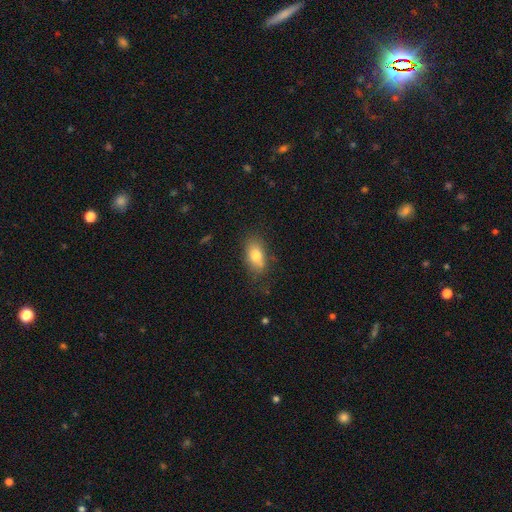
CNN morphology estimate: Smooth or featured: smooth — 76% (featured or disk — 15%)
How rounded: in between — 86% (round — 10%)
Merging: none — 71% (minor disturbance — 21%)